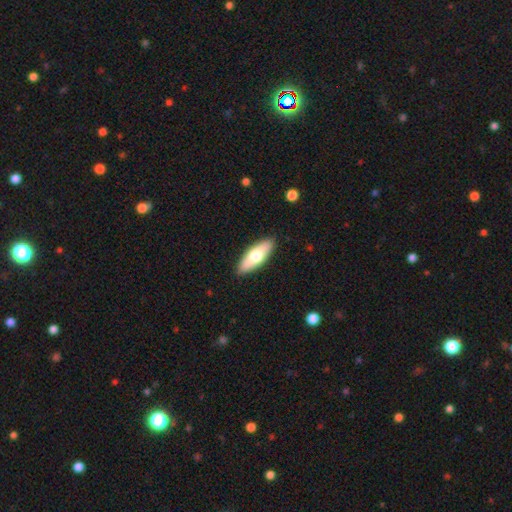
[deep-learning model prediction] Smooth or featured? Predicted: smooth (p=0.64). How rounded? Predicted: in between (p=0.69). Merging? Predicted: none (p=0.88).